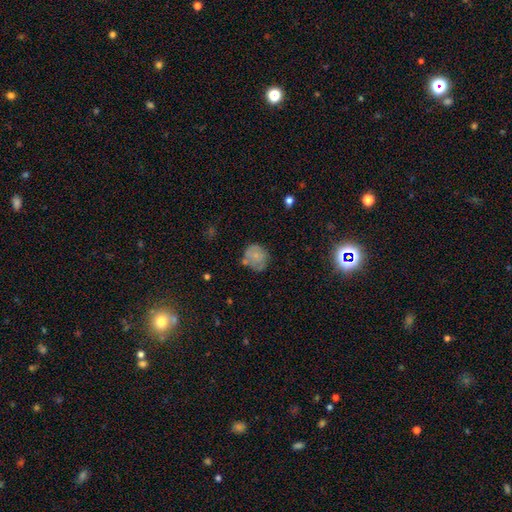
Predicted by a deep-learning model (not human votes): smooth_or_featured: smooth (p=0.66) [alt: featured or disk p=0.25]
how_rounded: round (p=0.72) [alt: in between p=0.28]
merging: none (p=0.52) [alt: minor disturbance p=0.27]